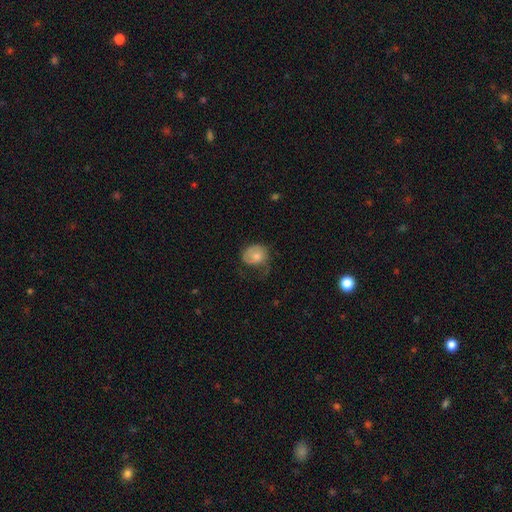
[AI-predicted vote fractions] This appears to be a smooth galaxy with no disk features (55%) that is round (61%). Merging: none (39%).